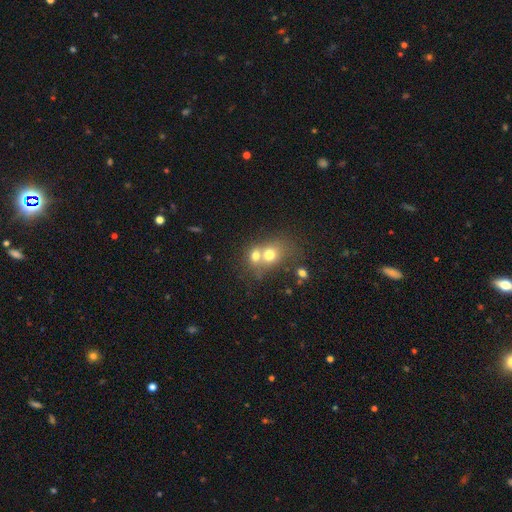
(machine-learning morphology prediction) Overall: smooth (68%). How rounded: round (61%; in between 38%). Merging: merger (65%; none 25%).